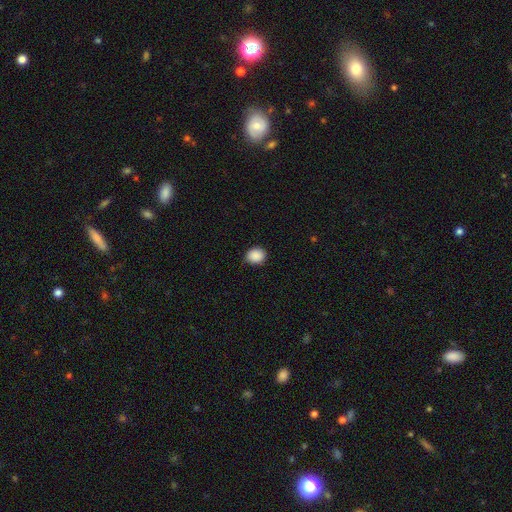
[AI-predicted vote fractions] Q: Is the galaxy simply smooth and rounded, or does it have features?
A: smooth — 89%.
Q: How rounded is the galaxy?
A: round — 61%.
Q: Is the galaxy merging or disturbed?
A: none — 84%.